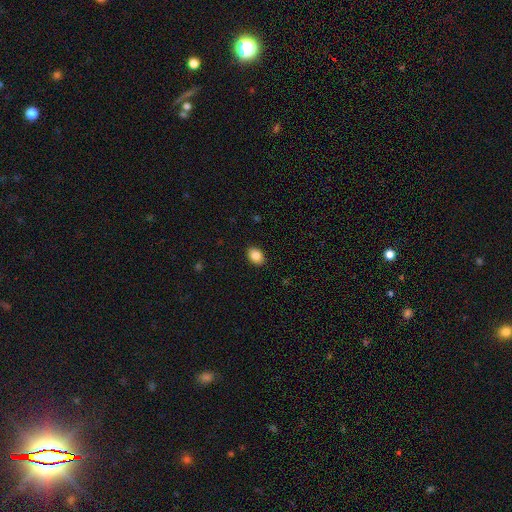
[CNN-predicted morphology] This appears to be a smooth galaxy with no disk features (87%) that is in between round and cigar-shaped (76%). Merging: none (90%).